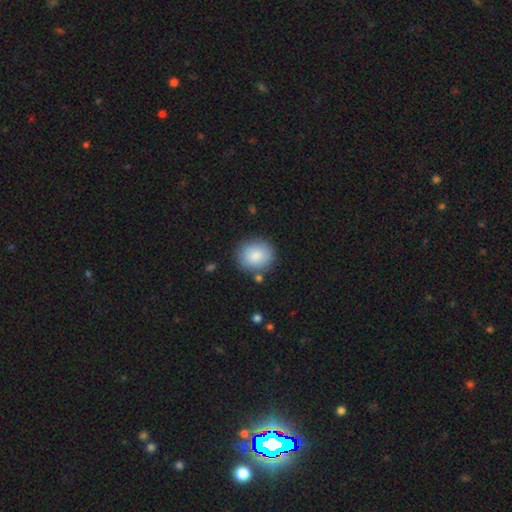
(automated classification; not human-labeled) Smooth or featured: smooth — 85% (featured or disk — 8%)
How rounded: round — 80% (in between — 19%)
Merging: none — 82% (minor disturbance — 11%)